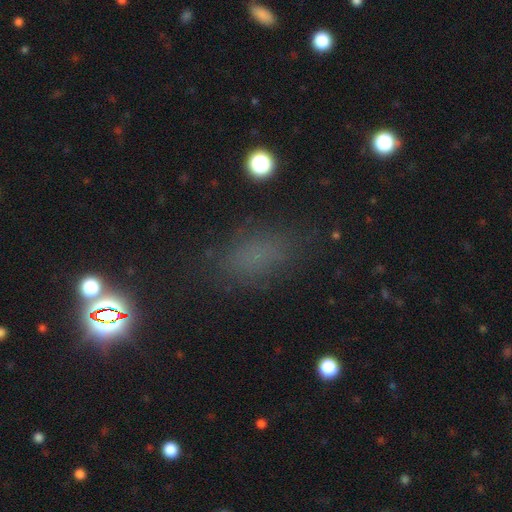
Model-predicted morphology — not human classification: Q: Smooth or featured?
A: smooth (63%); runner-up: star or artifact (28%)
Q: How rounded?
A: in between (78%); runner-up: round (13%)
Q: Merging?
A: none (78%); runner-up: minor disturbance (14%)